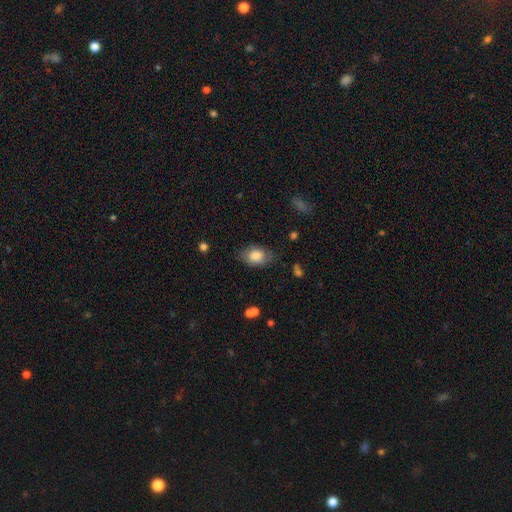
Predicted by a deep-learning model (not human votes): A smooth galaxy with no disk features (75%) that is in between round and cigar-shaped (84%).

Vote fractions:
- Smooth or featured? smooth: 75% / featured or disk: 18% / star or artifact: 7%
- How rounded? in between: 84% / round: 15% / cigar-shaped: 1%
- Merging? none: 71% / minor disturbance: 21% / major disturbance: 6% / merger: 1%